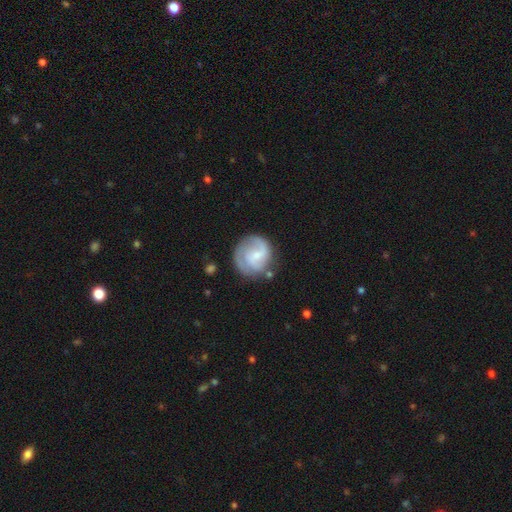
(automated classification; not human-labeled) Smooth or featured? featured or disk (65%)
Edge-on disk? no (98%)
Bar? weak (47%)
Spiral arms? yes (88%)
Spiral winding? medium (41%)
Spiral arm count? 2 (53%)
Bulge size? small (57%)
Merging? none (67%)